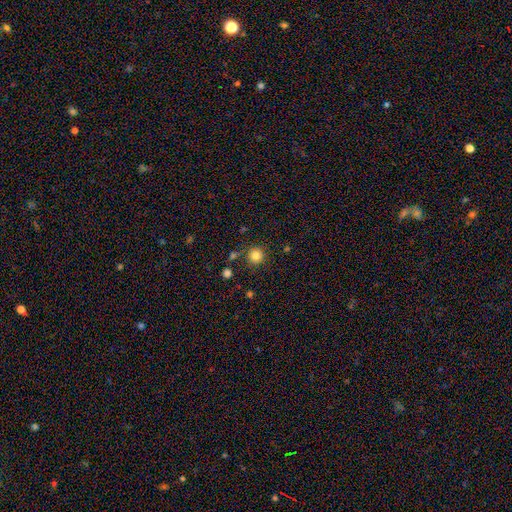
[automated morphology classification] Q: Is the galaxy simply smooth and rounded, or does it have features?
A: smooth — 83%.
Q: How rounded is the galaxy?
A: round — 93%.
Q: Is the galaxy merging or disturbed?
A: none — 84%.